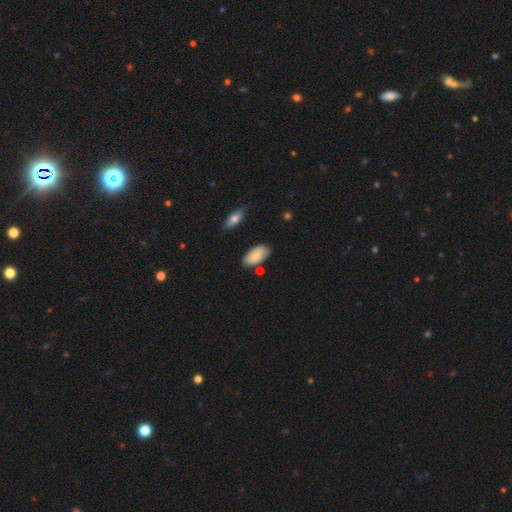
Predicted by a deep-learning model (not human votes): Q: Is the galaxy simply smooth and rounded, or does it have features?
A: smooth — 81%.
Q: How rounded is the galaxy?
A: in between — 94%.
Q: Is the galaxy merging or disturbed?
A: none — 76%.